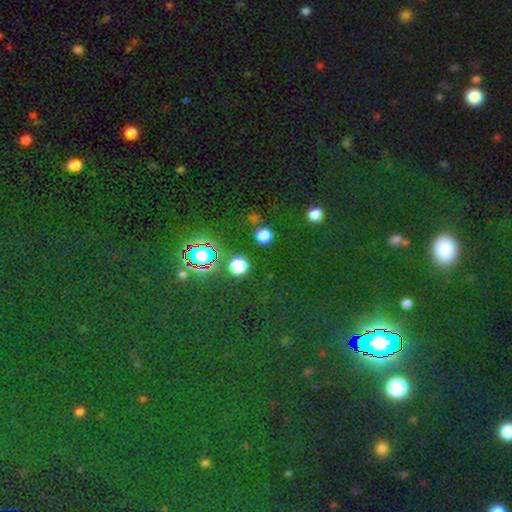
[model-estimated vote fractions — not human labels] Smooth or featured: star or artifact — 78% (smooth — 13%)